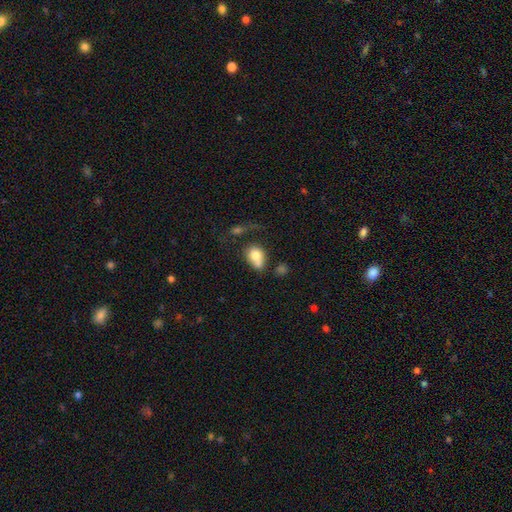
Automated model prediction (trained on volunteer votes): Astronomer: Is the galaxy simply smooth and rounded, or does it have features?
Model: smooth — 75%.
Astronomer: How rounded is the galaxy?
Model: in between — 56% (runner-up: round, 42%).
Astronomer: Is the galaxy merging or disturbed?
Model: merger — 35% (runner-up: none, 32%).